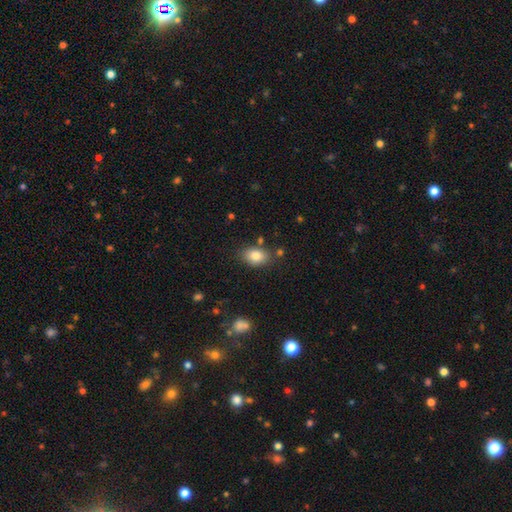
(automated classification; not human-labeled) smooth_or_featured: smooth (p=0.83) [alt: star or artifact p=0.09]
how_rounded: in between (p=0.82) [alt: round p=0.17]
merging: none (p=0.78) [alt: minor disturbance p=0.14]